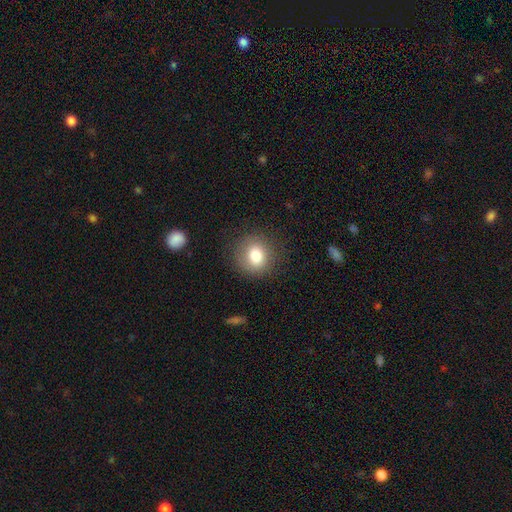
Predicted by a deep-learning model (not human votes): smooth 79%, featured or disk 11%, star or artifact 10%. Down the decision tree: how rounded — round (82%); merging — none (84%).